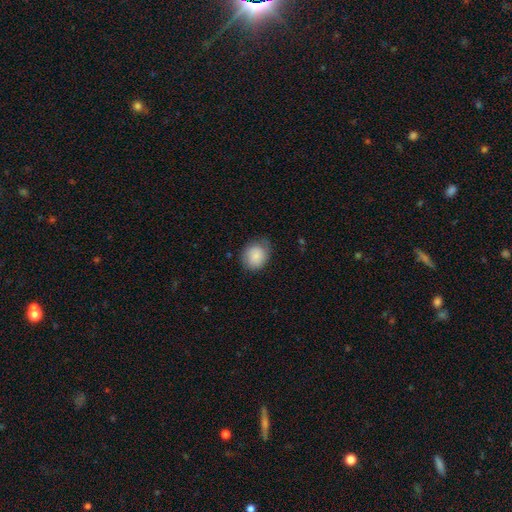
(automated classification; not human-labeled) Smooth or featured? smooth (82%)
How rounded? round (62%)
Merging? none (71%)